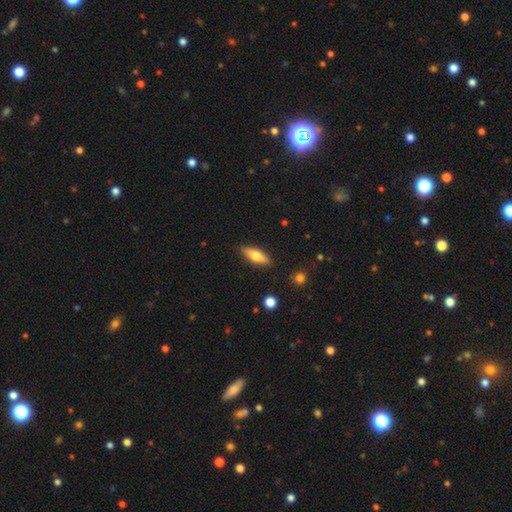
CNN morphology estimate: Smooth or featured?
  - smooth: 60% *
  - featured or disk: 34%
  - star or artifact: 6%
How rounded?
  - in between: 52% *
  - cigar-shaped: 45%
  - round: 3%
Merging?
  - none: 87% *
  - minor disturbance: 9%
  - major disturbance: 2%
  - merger: 1%